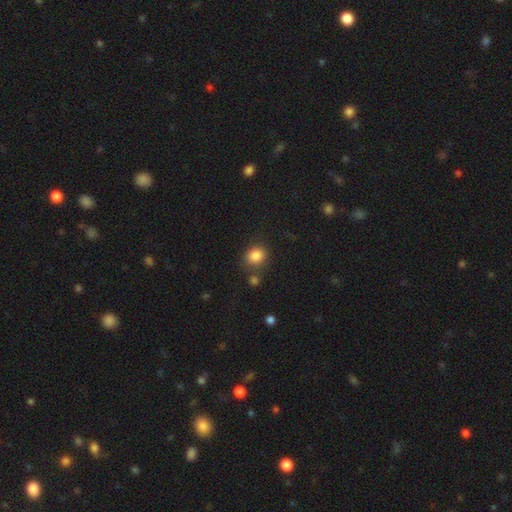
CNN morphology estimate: This appears to be a smooth galaxy with no disk features (85%) that is round (72%). Merging: none (73%).